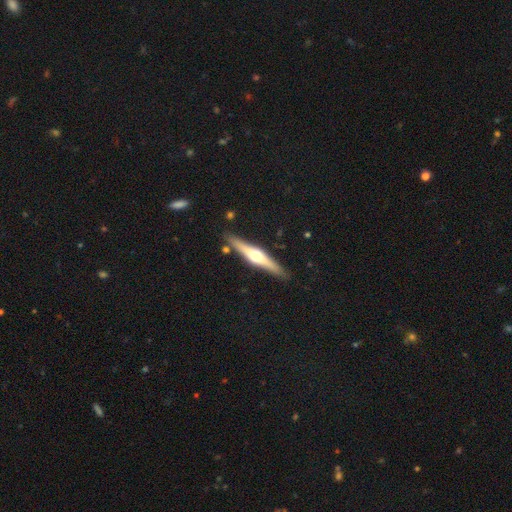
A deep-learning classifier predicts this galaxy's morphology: Smooth or featured? Predicted: featured or disk (p=0.70). Edge-on disk? Predicted: yes (p=0.97). Edge-on bulge? Predicted: rounded (p=0.94). Merging? Predicted: none (p=0.87).